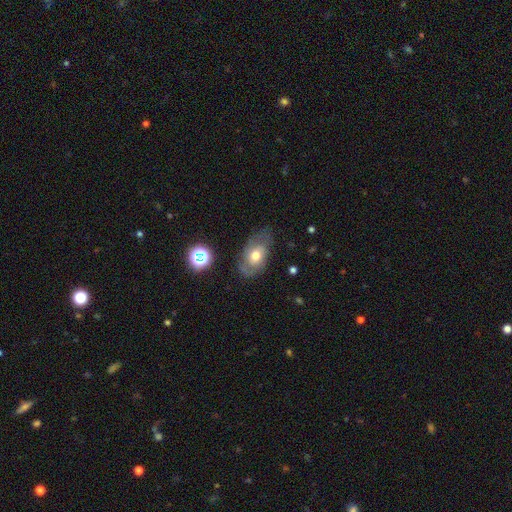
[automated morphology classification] This appears to be a smooth galaxy with no disk features (47%). Merging: none (59%).